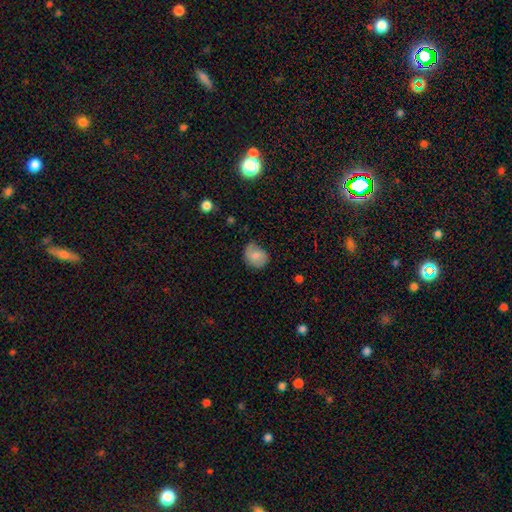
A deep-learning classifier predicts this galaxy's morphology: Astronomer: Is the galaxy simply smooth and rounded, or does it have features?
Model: smooth — 70%.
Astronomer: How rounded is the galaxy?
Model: round — 60% (runner-up: in between, 39%).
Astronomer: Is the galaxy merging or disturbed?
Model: none — 57%.